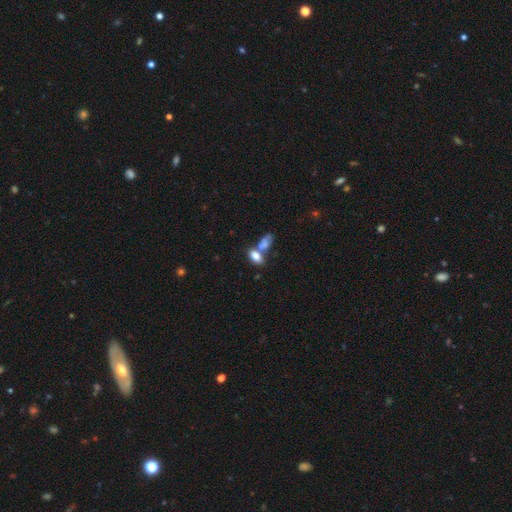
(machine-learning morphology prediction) Smooth or featured? Predicted: smooth (p=0.79). How rounded? Predicted: in between (p=0.89). Merging? Predicted: merger (p=0.50).